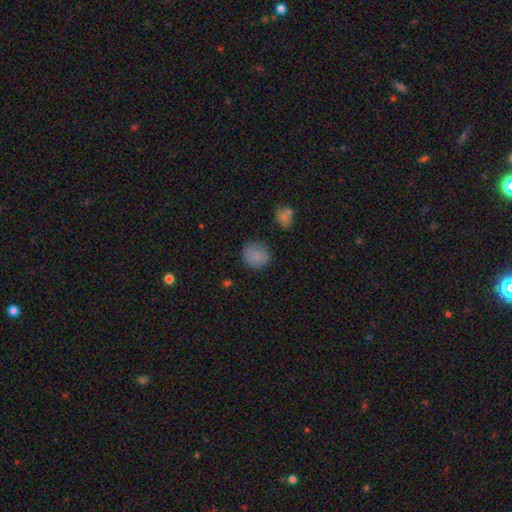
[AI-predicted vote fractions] smooth 82%, star or artifact 12%, featured or disk 7%. Down the decision tree: how rounded — round (85%); merging — none (75%).